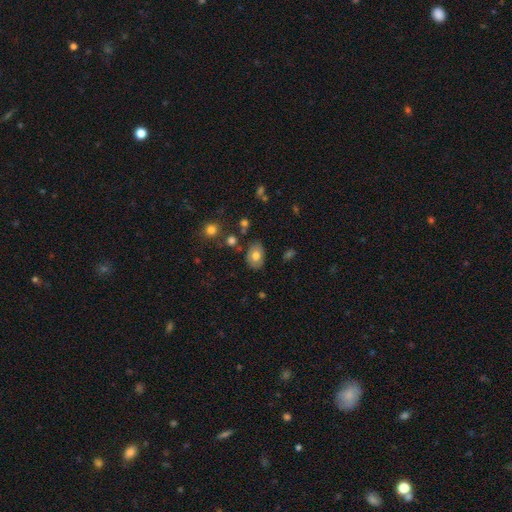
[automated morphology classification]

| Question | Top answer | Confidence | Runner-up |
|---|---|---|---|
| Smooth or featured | smooth | 74% | featured or disk (17%) |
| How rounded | in between | 79% | round (20%) |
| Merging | none | 77% | minor disturbance (16%) |